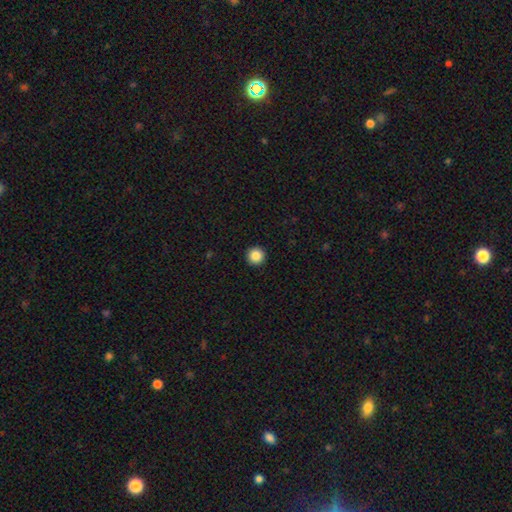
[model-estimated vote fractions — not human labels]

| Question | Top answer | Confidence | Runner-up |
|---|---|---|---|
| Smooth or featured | smooth | 87% | star or artifact (10%) |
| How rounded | round | 97% | in between (3%) |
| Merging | none | 94% | minor disturbance (4%) |